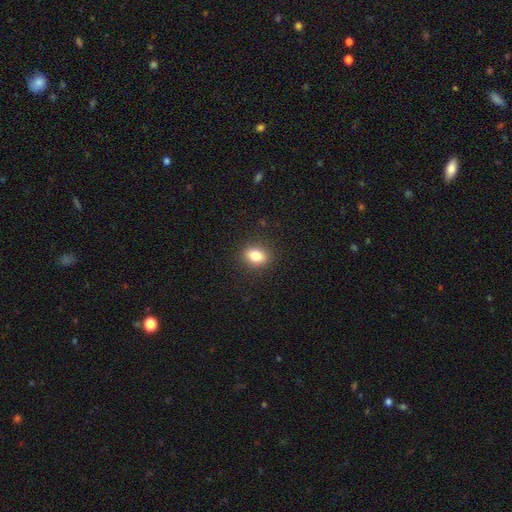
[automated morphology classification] Overall: smooth (80%). How rounded: in between (64%; round 34%). Merging: none (89%).